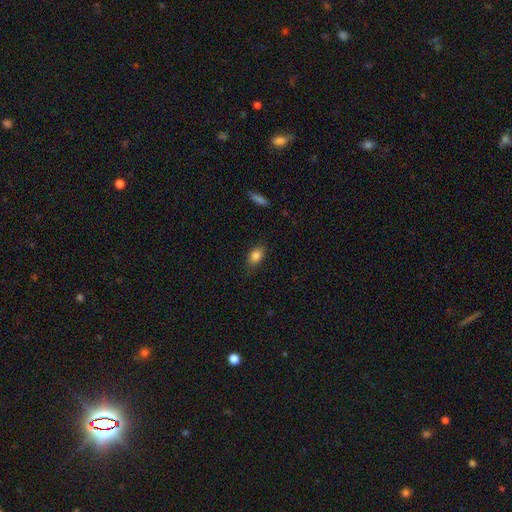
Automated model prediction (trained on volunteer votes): smooth_or_featured: smooth (p=0.84) [alt: star or artifact p=0.09]
how_rounded: in between (p=0.81) [alt: round p=0.15]
merging: none (p=0.78) [alt: minor disturbance p=0.17]